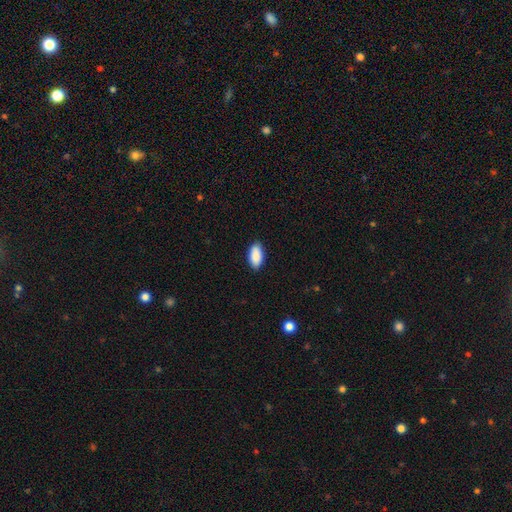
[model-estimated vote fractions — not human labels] smooth 90%, star or artifact 6%, featured or disk 4%. Down the decision tree: how rounded — in between (93%); merging — none (88%).